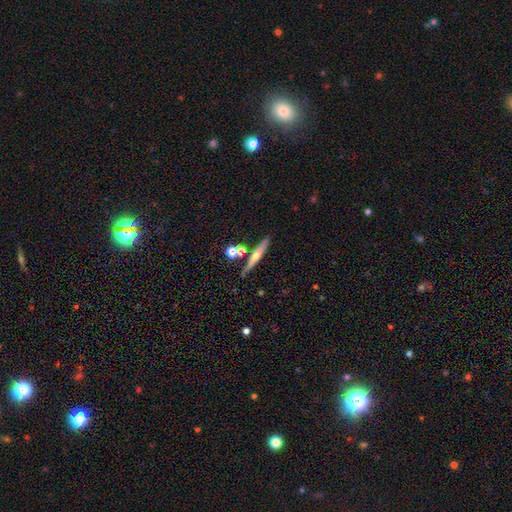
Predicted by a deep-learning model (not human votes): Q: Smooth or featured?
A: featured or disk (57%); runner-up: smooth (35%)
Q: Edge-on disk?
A: yes (94%); runner-up: no (6%)
Q: Edge-on bulge?
A: rounded (87%); runner-up: none (10%)
Q: Merging?
A: none (76%); runner-up: merger (11%)